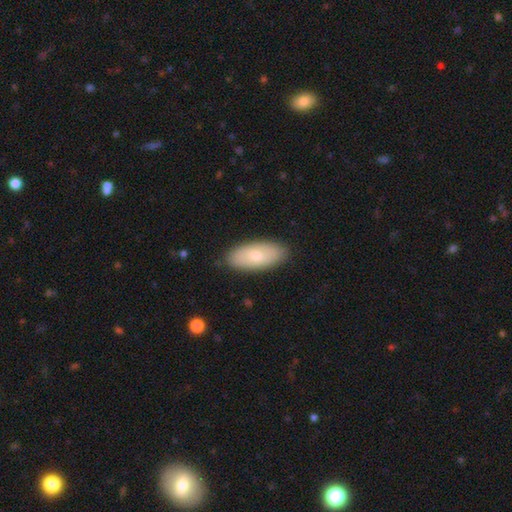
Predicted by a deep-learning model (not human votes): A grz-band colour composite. It shows a smooth galaxy with no disk features (76%) that is in between round and cigar-shaped (88%). Merging: none (86%).